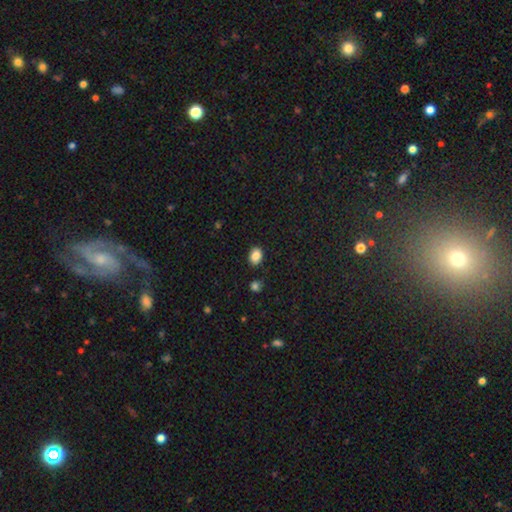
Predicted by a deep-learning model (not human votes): Q: Smooth or featured?
A: smooth (86%); runner-up: star or artifact (9%)
Q: How rounded?
A: in between (70%); runner-up: round (29%)
Q: Merging?
A: none (83%); runner-up: minor disturbance (11%)